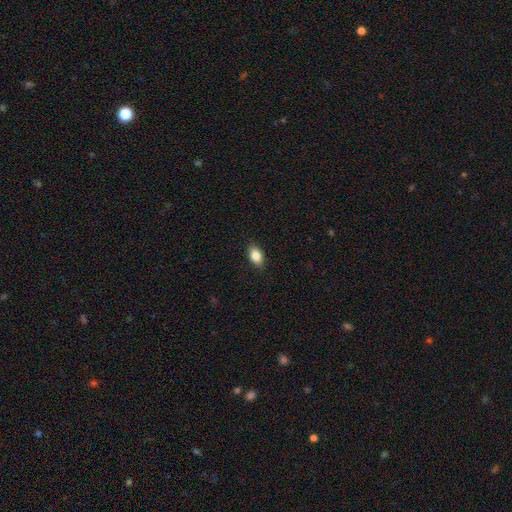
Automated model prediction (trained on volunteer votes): Smooth or featured: smooth — 84% (featured or disk — 8%)
How rounded: in between — 88% (round — 9%)
Merging: none — 88% (minor disturbance — 9%)